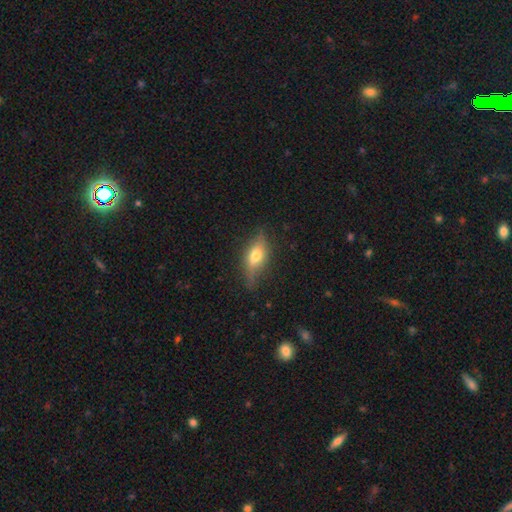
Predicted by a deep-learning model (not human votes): A smooth galaxy with no disk features (55%) that is in between round and cigar-shaped (71%).

Vote fractions:
- Smooth or featured? smooth: 55% / featured or disk: 37% / star or artifact: 8%
- How rounded? in between: 71% / cigar-shaped: 23% / round: 6%
- Merging? none: 68% / minor disturbance: 24% / major disturbance: 7% / merger: 2%